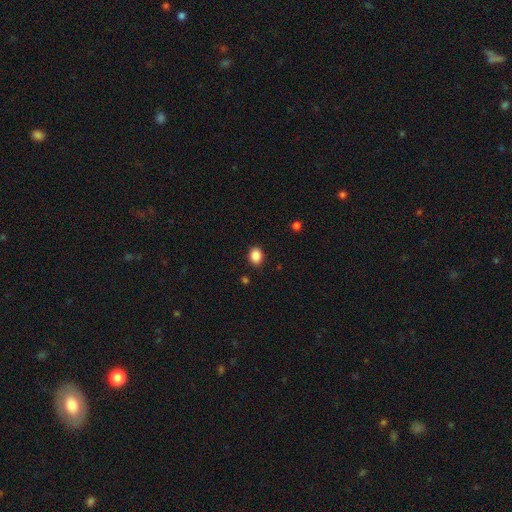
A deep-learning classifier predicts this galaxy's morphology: The model was most divided on "how rounded": round: 53%, in between: 46%, cigar-shaped: 1%. More confident: merging — none (88%); smooth or featured — smooth (88%).